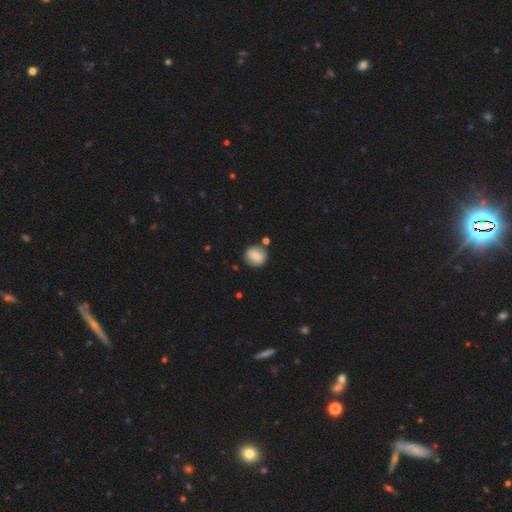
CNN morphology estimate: Smooth or featured: smooth — 77% (featured or disk — 15%)
How rounded: round — 85% (in between — 13%)
Merging: none — 82% (minor disturbance — 9%)